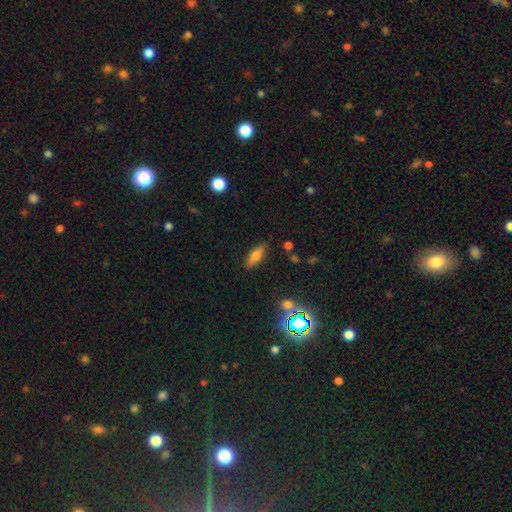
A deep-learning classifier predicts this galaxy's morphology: Smooth or featured? smooth (73%)
How rounded? in between (72%)
Merging? none (83%)